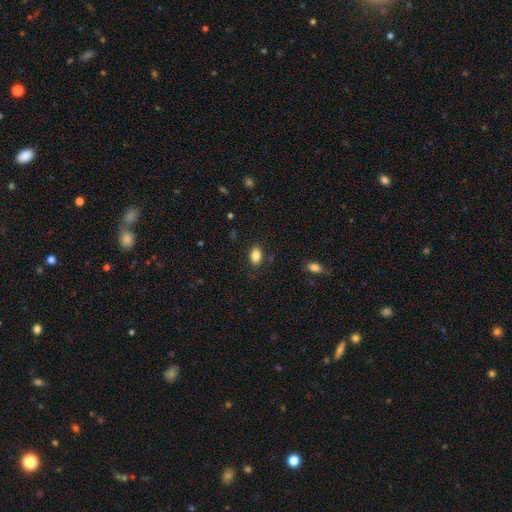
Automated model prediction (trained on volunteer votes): Smooth or featured?
  - smooth: 85% *
  - star or artifact: 9%
  - featured or disk: 6%
How rounded?
  - in between: 86% *
  - round: 13%
  - cigar-shaped: 2%
Merging?
  - none: 84% *
  - minor disturbance: 11%
  - major disturbance: 3%
  - merger: 1%